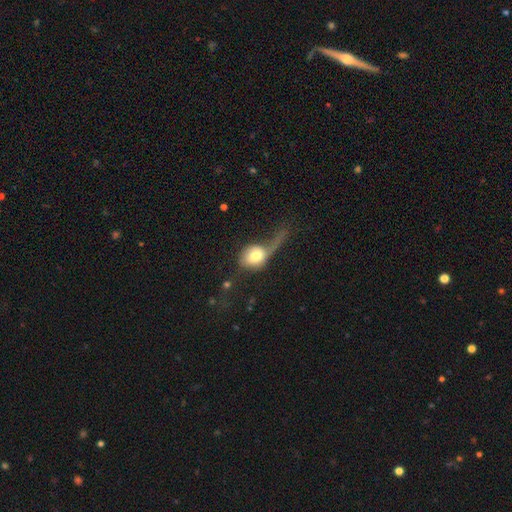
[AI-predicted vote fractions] smooth_or_featured: smooth (p=0.64) [alt: featured or disk p=0.28]
how_rounded: round (p=0.62) [alt: in between p=0.35]
merging: major disturbance (p=0.55) [alt: minor disturbance p=0.19]